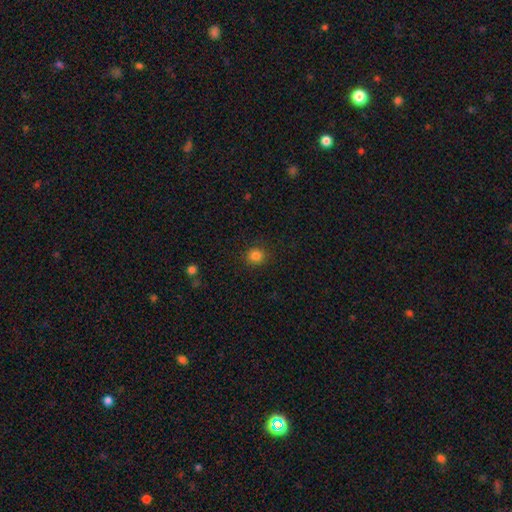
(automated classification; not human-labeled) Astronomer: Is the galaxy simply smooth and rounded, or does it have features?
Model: smooth — 83%.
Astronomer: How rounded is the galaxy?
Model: round — 90%.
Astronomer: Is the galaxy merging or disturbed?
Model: none — 91%.